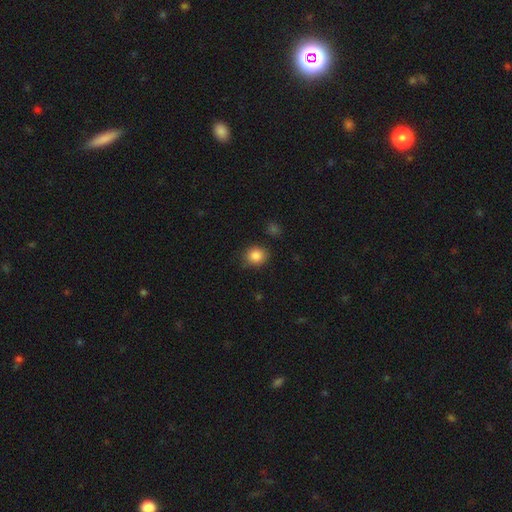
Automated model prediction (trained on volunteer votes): A smooth galaxy with no disk features (86%) that is round (78%).

Vote fractions:
- Smooth or featured? smooth: 86% / star or artifact: 9% / featured or disk: 4%
- How rounded? round: 78% / in between: 21% / cigar-shaped: 1%
- Merging? none: 83% / minor disturbance: 12% / major disturbance: 3% / merger: 2%